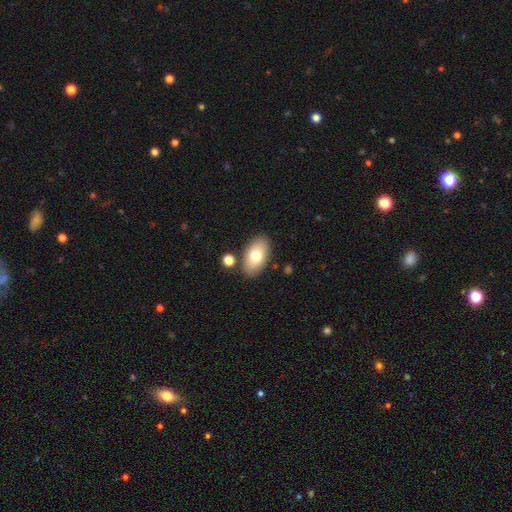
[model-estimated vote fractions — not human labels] This is likely a smooth galaxy (74%). How rounded: clearly in between (93%). Merging: clearly none (84%).